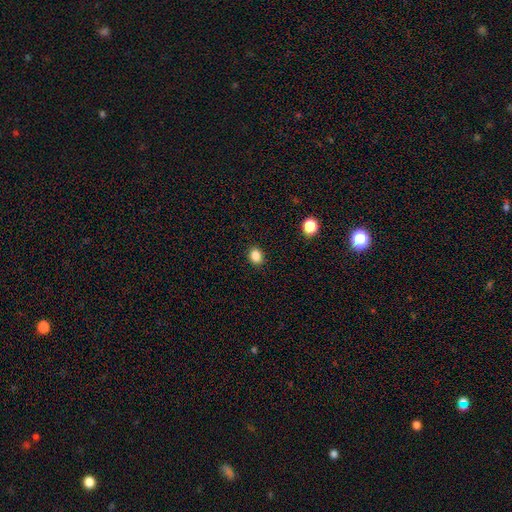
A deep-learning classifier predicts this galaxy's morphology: A smooth galaxy with no disk features (85%) that is in between round and cigar-shaped (51%). Merging: none (90%).